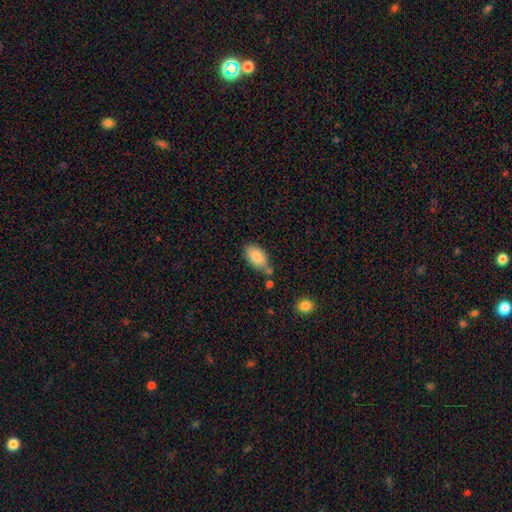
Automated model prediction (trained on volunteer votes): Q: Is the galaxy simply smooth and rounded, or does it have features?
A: smooth — 83%.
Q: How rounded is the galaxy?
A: in between — 93%.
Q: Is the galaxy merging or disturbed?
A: none — 63%.